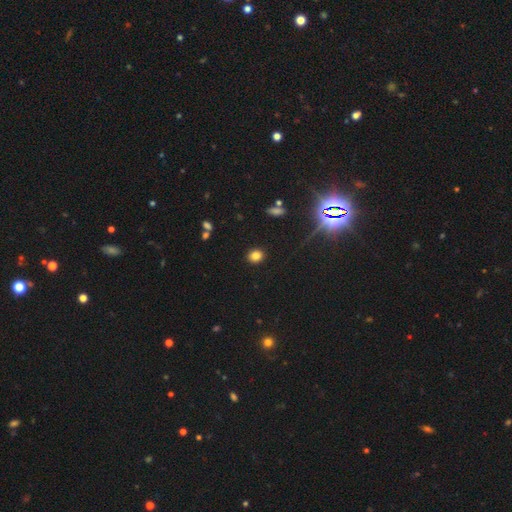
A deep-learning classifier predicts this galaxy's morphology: This appears to be a smooth galaxy with no disk features (81%) that is round (70%). Merging: none (90%).